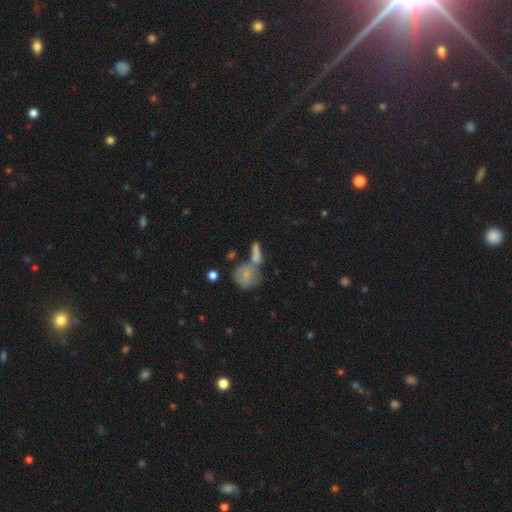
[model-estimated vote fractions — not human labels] Q: Smooth or featured?
A: smooth (48%); runner-up: featured or disk (30%)
Q: Merging?
A: none (48%); runner-up: merger (35%)